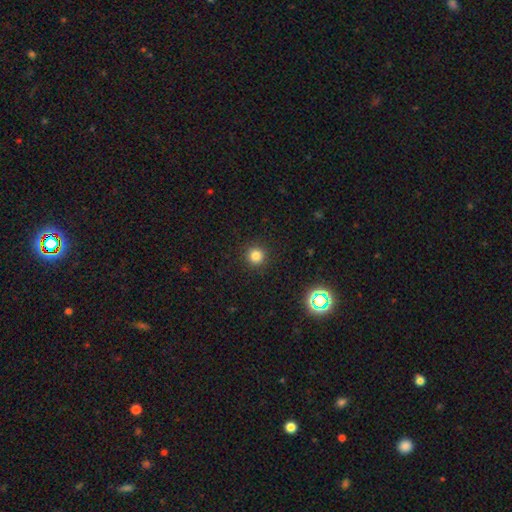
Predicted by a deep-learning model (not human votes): The model was most divided on "smooth or featured": smooth: 81%, star or artifact: 15%, featured or disk: 4%. More confident: how rounded — round (95%); merging — none (91%).